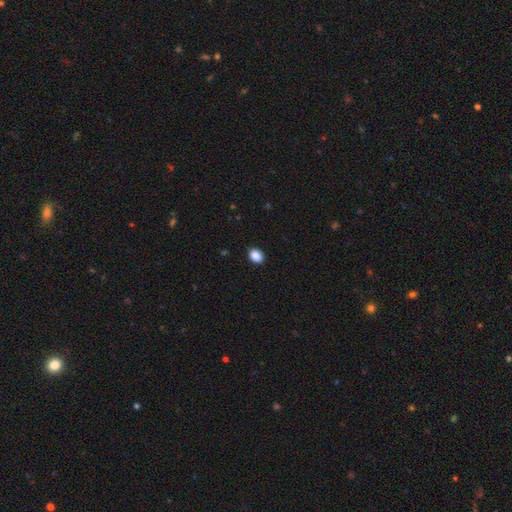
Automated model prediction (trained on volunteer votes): Smooth or featured? Predicted: smooth (p=0.89). How rounded? Predicted: in between (p=0.67). Merging? Predicted: none (p=0.90).